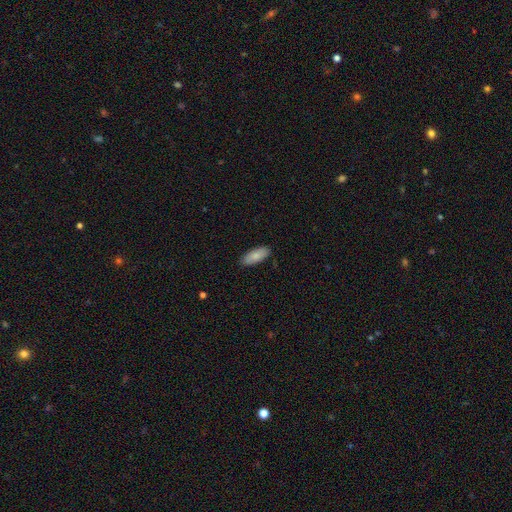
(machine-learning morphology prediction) A smooth galaxy with no disk features (85%) that is in between round and cigar-shaped (80%).

Vote fractions:
- Smooth or featured? smooth: 85% / featured or disk: 10% / star or artifact: 6%
- How rounded? in between: 80% / cigar-shaped: 18% / round: 2%
- Merging? none: 88% / minor disturbance: 9% / major disturbance: 2% / merger: 1%